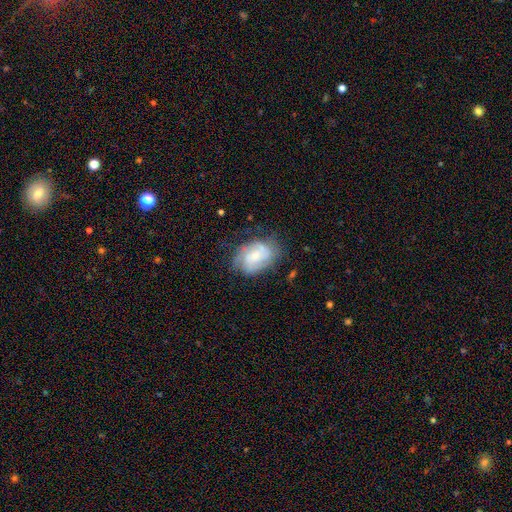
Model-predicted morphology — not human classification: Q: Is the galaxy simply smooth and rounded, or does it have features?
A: featured or disk — 67%.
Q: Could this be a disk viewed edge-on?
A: no — 97%.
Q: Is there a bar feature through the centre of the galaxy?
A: no — 60%.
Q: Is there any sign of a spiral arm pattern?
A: yes — 86%.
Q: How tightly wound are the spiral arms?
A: tight — 47%.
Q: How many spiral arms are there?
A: can't tell — 37%.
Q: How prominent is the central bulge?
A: small — 59%.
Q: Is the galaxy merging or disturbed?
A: none — 64%.